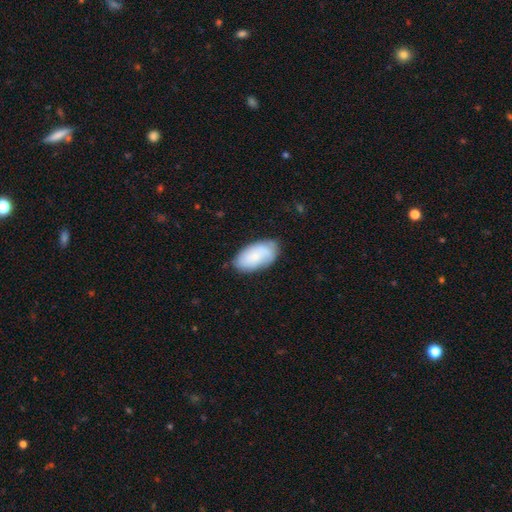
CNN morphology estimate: smooth 70%, featured or disk 23%, star or artifact 7%. Down the decision tree: how rounded — in between (95%); merging — none (72%).